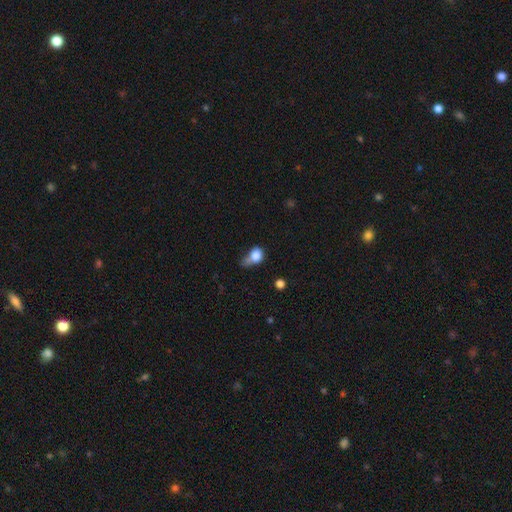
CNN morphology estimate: smooth-or-featured: smooth: 78% | featured or disk: 12% | star or artifact: 10%
  how-rounded: round: 53% | in between: 45% | cigar-shaped: 2%
  merging: minor disturbance: 30% | major disturbance: 29% | none: 25% | merger: 16%